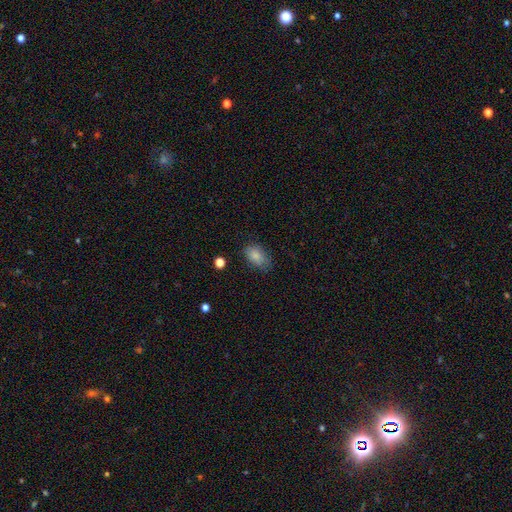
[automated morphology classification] Smooth or featured? Predicted: smooth (p=0.84). How rounded? Predicted: in between (p=0.87). Merging? Predicted: none (p=0.71).